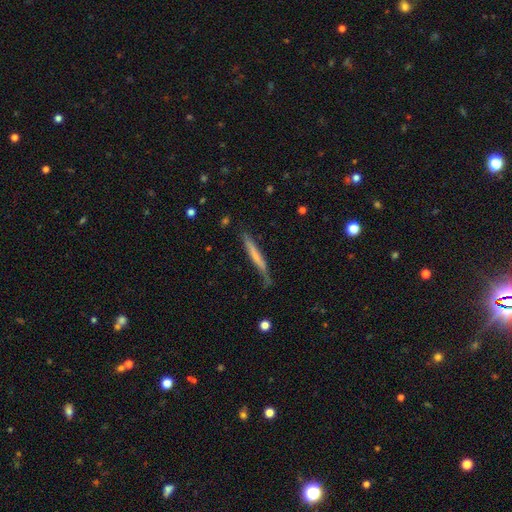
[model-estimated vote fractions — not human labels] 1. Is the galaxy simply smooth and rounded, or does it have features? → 54% smooth, 39% featured or disk, 6% star or artifact.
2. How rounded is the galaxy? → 96% cigar-shaped, 3% in between, 1% round.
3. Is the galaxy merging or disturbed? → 66% none, 25% minor disturbance, 6% major disturbance, 3% merger.